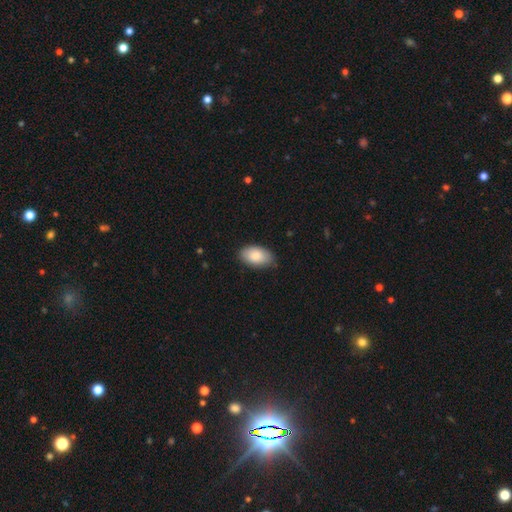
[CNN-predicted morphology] Smooth or featured: smooth — 86% (featured or disk — 8%)
How rounded: in between — 95% (round — 4%)
Merging: none — 83% (minor disturbance — 14%)